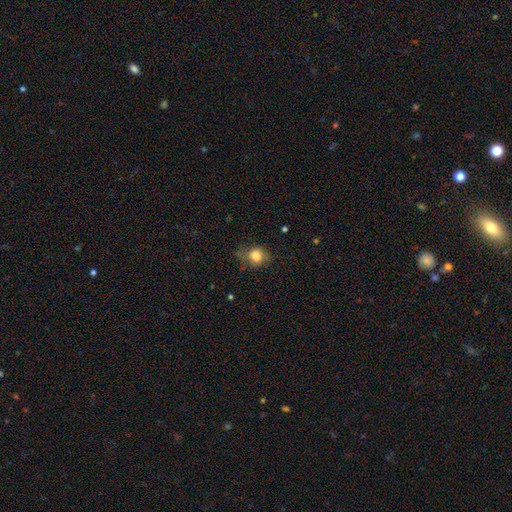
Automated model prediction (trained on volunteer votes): Q: Smooth or featured?
A: smooth (80%); runner-up: featured or disk (10%)
Q: How rounded?
A: round (70%); runner-up: in between (29%)
Q: Merging?
A: none (58%); runner-up: minor disturbance (28%)